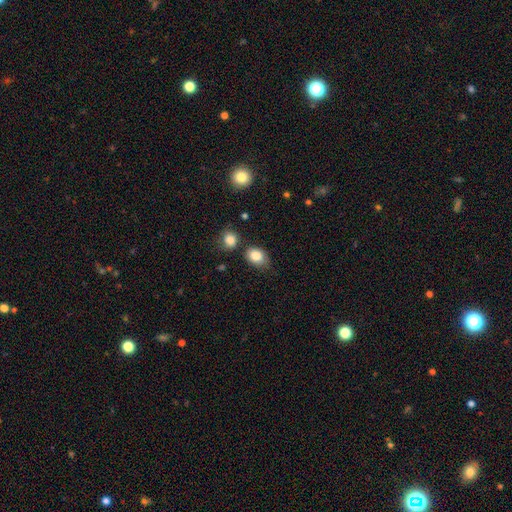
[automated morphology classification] Smooth or featured: smooth — 85% (star or artifact — 9%)
How rounded: in between — 69% (round — 30%)
Merging: none — 61% (minor disturbance — 24%)